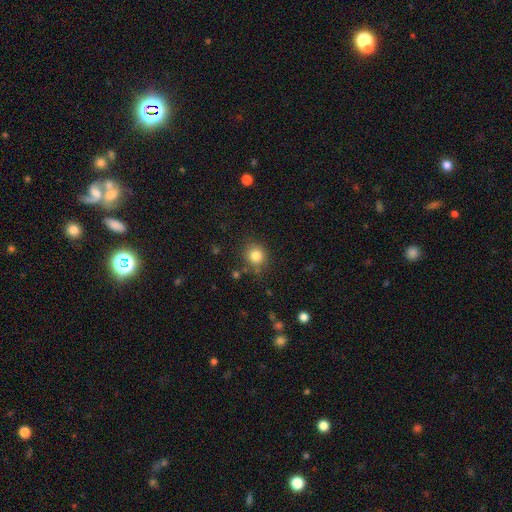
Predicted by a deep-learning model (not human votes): Smooth or featured: smooth — 82% (star or artifact — 12%)
How rounded: round — 87% (in between — 12%)
Merging: none — 80% (minor disturbance — 12%)